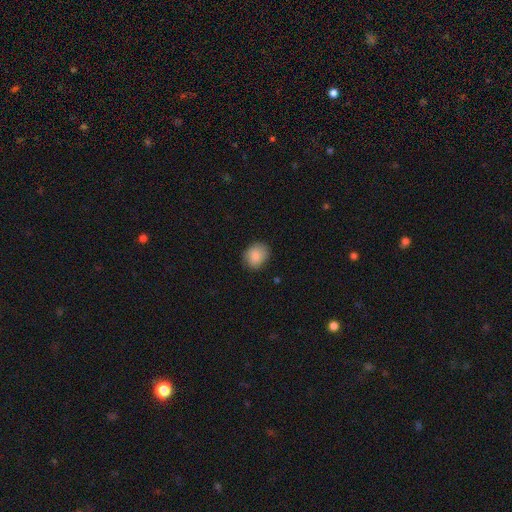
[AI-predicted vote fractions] Smooth or featured?
  - smooth: 84% *
  - featured or disk: 8%
  - star or artifact: 7%
How rounded?
  - round: 55% *
  - in between: 44%
  - cigar-shaped: 1%
Merging?
  - none: 79% *
  - minor disturbance: 16%
  - major disturbance: 4%
  - merger: 1%